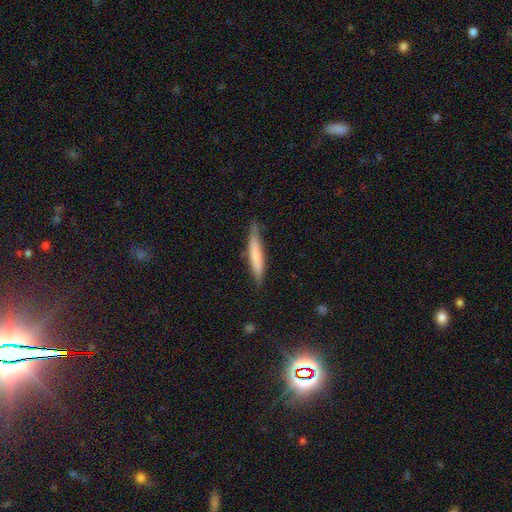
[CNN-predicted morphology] Overall: smooth (65%; featured or disk 29%). How rounded: cigar-shaped (91%). Merging: none (76%).